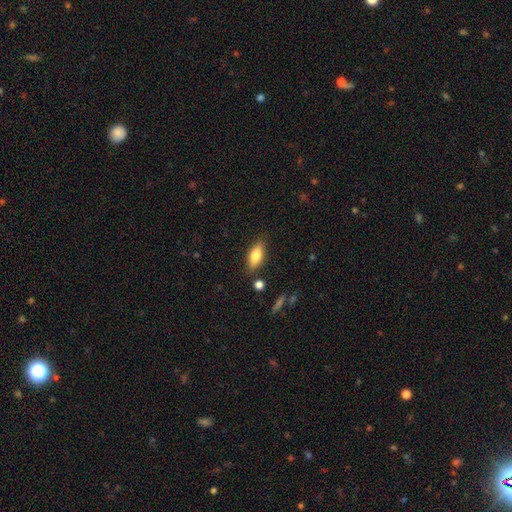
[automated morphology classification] A smooth galaxy with no disk features (78%) that is in between round and cigar-shaped (82%). Merging: none (83%).